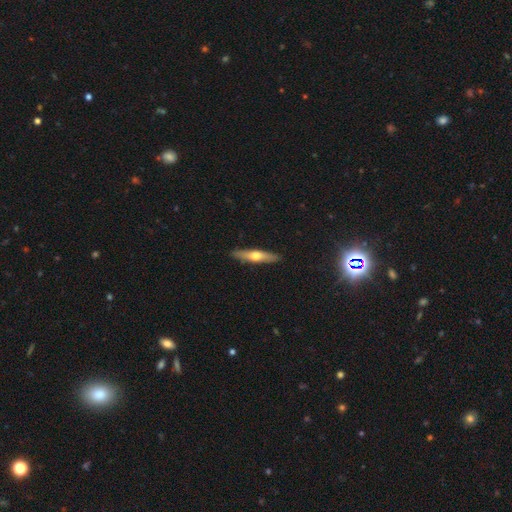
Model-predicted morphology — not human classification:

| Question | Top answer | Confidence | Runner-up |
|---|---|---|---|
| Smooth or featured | featured or disk | 49% | smooth (45%) |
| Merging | none | 90% | minor disturbance (8%) |